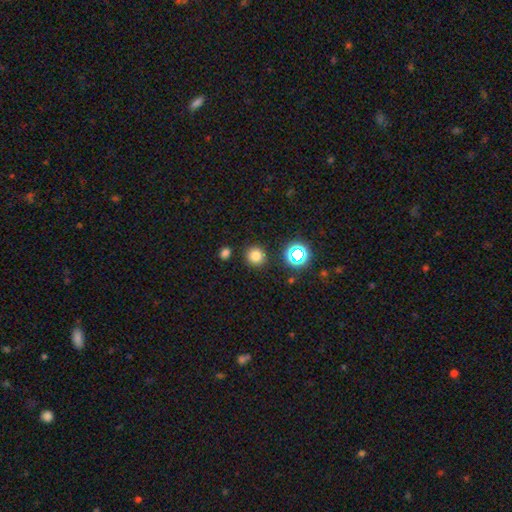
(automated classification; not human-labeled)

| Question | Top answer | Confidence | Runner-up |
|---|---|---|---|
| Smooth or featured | smooth | 76% | star or artifact (18%) |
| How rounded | round | 92% | in between (7%) |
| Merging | none | 88% | minor disturbance (7%) |